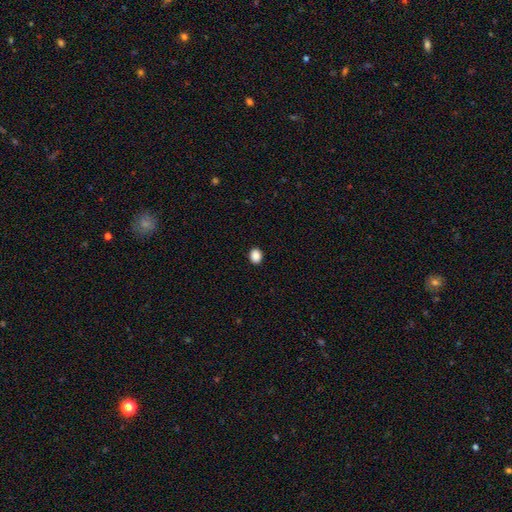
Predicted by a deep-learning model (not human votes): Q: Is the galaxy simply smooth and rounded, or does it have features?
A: smooth — 89%.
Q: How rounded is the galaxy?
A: round — 55%.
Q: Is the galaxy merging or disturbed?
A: none — 92%.